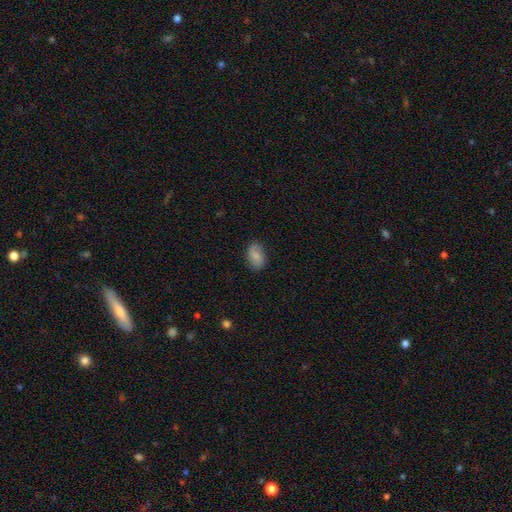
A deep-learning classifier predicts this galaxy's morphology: Smooth or featured: smooth — 72% (featured or disk — 20%)
How rounded: in between — 89% (round — 10%)
Merging: none — 78% (minor disturbance — 17%)